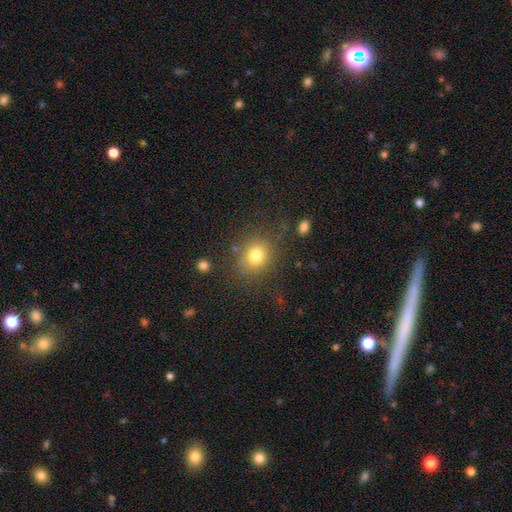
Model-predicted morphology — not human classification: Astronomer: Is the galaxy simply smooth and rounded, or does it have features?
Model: smooth — 79%.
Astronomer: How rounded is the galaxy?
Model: round — 65%.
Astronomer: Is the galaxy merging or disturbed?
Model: none — 80%.